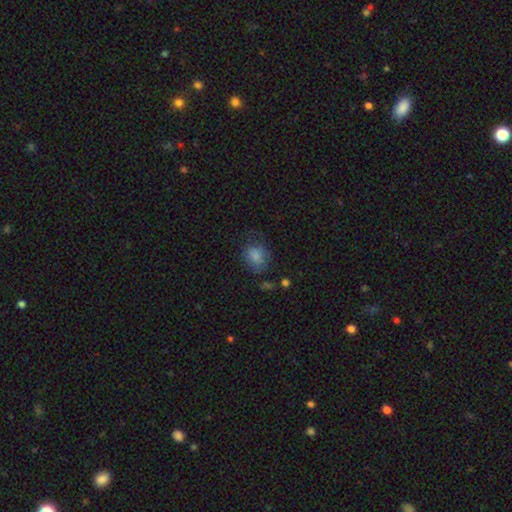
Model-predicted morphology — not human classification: type=smooth (81%); roundness=round (55%); merging=none (59%).